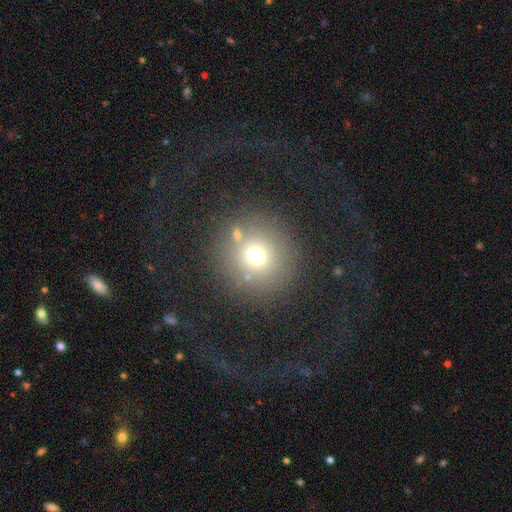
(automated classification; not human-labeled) The model was most divided on "smooth or featured": smooth: 68%, star or artifact: 19%, featured or disk: 13%. More confident: how rounded — round (92%); merging — none (80%).